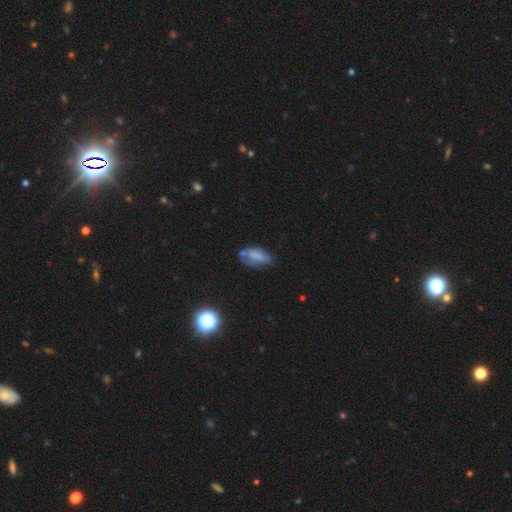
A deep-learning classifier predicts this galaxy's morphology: smooth_or_featured: smooth (p=0.57) [alt: featured or disk p=0.31]
how_rounded: in between (p=0.86) [alt: cigar-shaped p=0.10]
merging: none (p=0.42) [alt: minor disturbance p=0.33]